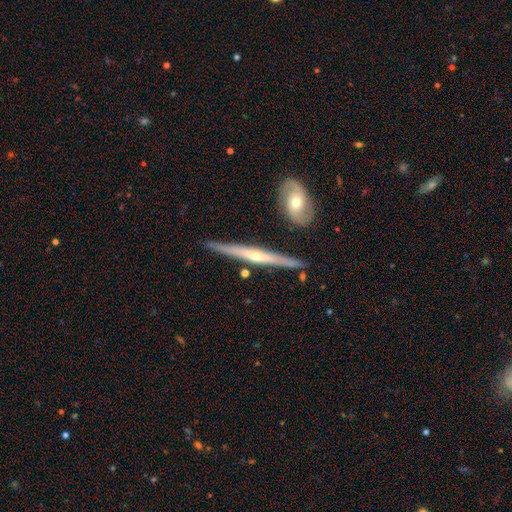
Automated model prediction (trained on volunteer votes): Smooth or featured?
  - featured or disk: 74% *
  - smooth: 21%
  - star or artifact: 6%
Edge-on disk?
  - yes: 95% *
  - no: 5%
Edge-on bulge?
  - rounded: 68% *
  - none: 27%
  - boxy: 5%
Merging?
  - none: 85% *
  - minor disturbance: 9%
  - merger: 4%
  - major disturbance: 2%